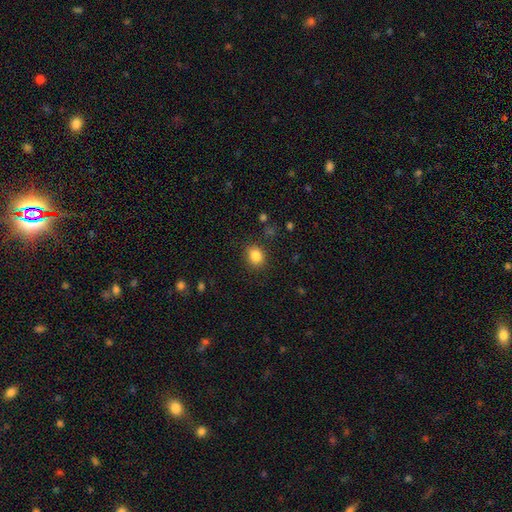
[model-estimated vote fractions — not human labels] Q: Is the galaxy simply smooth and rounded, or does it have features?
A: smooth — 85%.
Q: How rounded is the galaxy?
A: round — 59%.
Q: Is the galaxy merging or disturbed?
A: none — 86%.